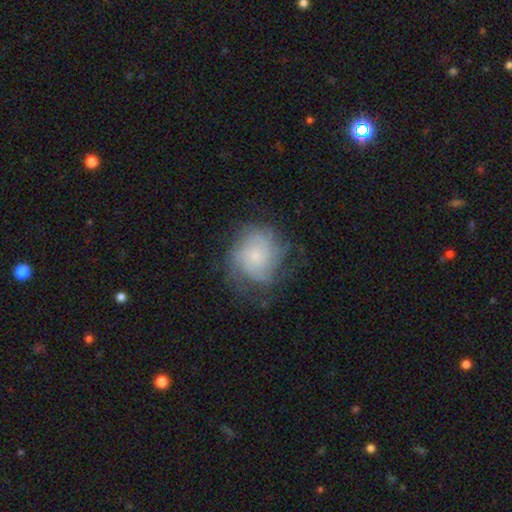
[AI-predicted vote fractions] The model was most divided on "smooth or featured": featured or disk: 59%, smooth: 32%, star or artifact: 9%. More confident: edge-on disk — no (97%); spiral arms — yes (86%); bar — no (81%); bulge size — small (70%); merging — none (59%).